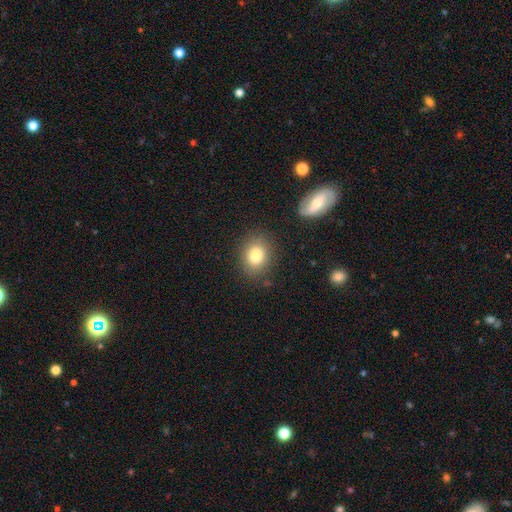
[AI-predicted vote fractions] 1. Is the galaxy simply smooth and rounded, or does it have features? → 80% smooth, 10% star or artifact, 9% featured or disk.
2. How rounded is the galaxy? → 52% round, 47% in between, 1% cigar-shaped.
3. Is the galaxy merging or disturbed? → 83% none, 11% minor disturbance, 4% major disturbance, 2% merger.